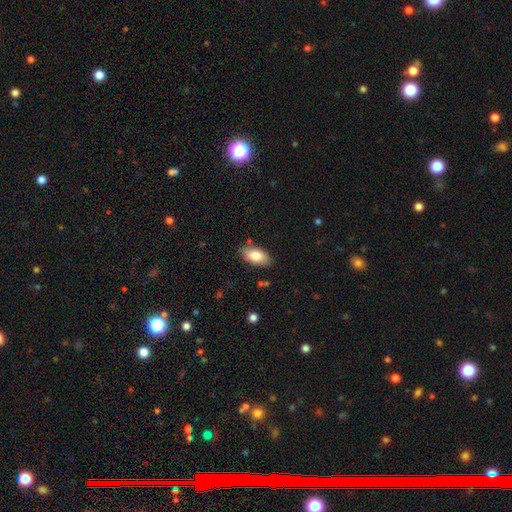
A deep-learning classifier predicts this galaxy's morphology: type=smooth (81%); roundness=in between (93%); merging=none (83%).